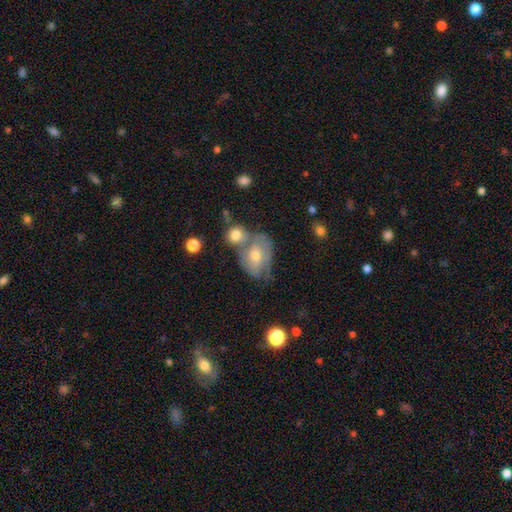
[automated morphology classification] A smooth galaxy with no disk features (48%).

Vote fractions:
- Smooth or featured? smooth: 48% / featured or disk: 43% / star or artifact: 9%
- Merging? merger: 41% / none: 30% / minor disturbance: 18% / major disturbance: 11%